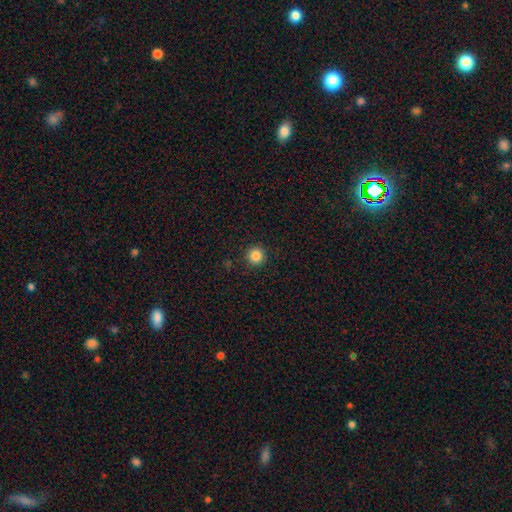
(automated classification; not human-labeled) smooth 85%, star or artifact 11%, featured or disk 4%. Down the decision tree: how rounded — round (96%); merging — none (92%).